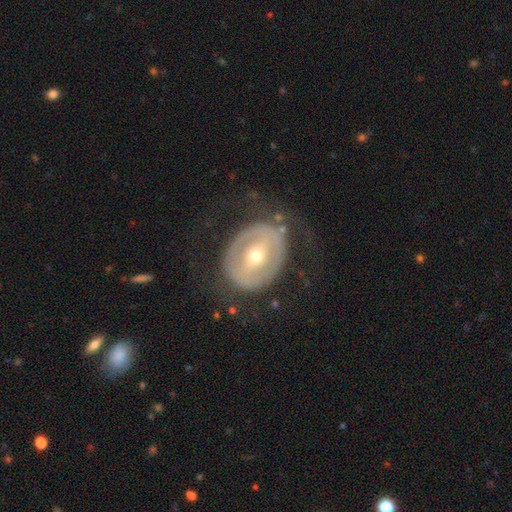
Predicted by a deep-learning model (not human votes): Smooth or featured?
  - featured or disk: 71% *
  - smooth: 23%
  - star or artifact: 7%
Edge-on disk?
  - no: 94% *
  - yes: 6%
Bar?
  - strong: 43% *
  - weak: 31%
  - no: 25%
Spiral arms?
  - no: 70% *
  - yes: 30%
Bulge size?
  - small: 49% *
  - moderate: 47%
  - large: 2%
  - dominant: 1%
  - none: 1%
Merging?
  - none: 66% *
  - minor disturbance: 17%
  - major disturbance: 16%
  - merger: 2%